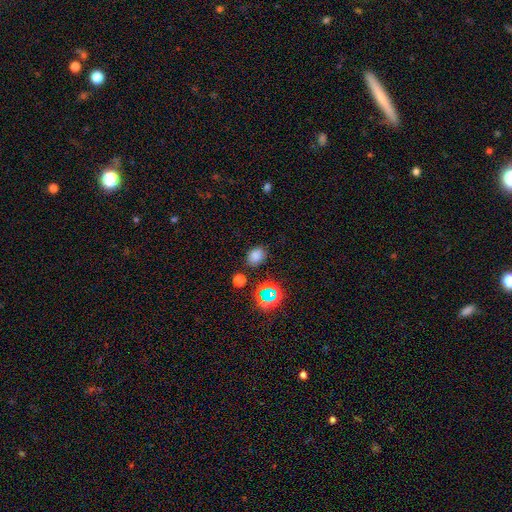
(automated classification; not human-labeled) Smooth or featured?
  - smooth: 74% *
  - star or artifact: 20%
  - featured or disk: 6%
How rounded?
  - in between: 61% *
  - round: 38%
  - cigar-shaped: 1%
Merging?
  - none: 81% *
  - minor disturbance: 12%
  - merger: 4%
  - major disturbance: 4%